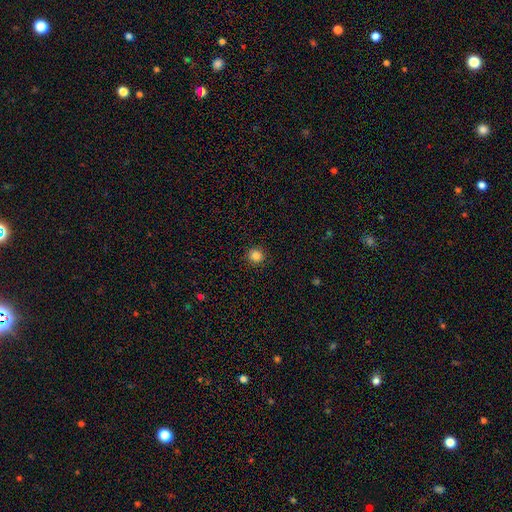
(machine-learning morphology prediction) This appears to be a smooth galaxy with no disk features (85%) that is round (93%). Merging: none (92%).